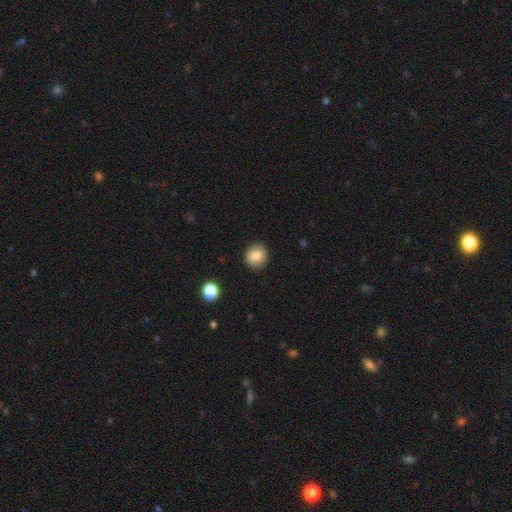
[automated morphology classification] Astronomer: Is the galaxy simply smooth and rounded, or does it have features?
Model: smooth — 85%.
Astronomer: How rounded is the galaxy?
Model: round — 86%.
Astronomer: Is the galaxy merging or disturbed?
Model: none — 89%.